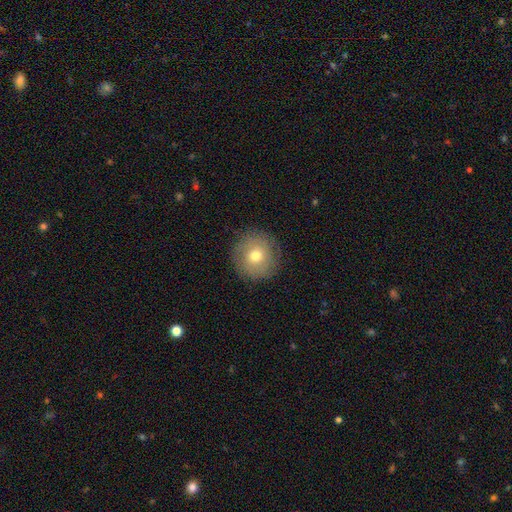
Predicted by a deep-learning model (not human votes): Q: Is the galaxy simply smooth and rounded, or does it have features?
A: smooth — 67%.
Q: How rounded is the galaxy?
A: round — 94%.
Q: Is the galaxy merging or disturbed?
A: none — 86%.